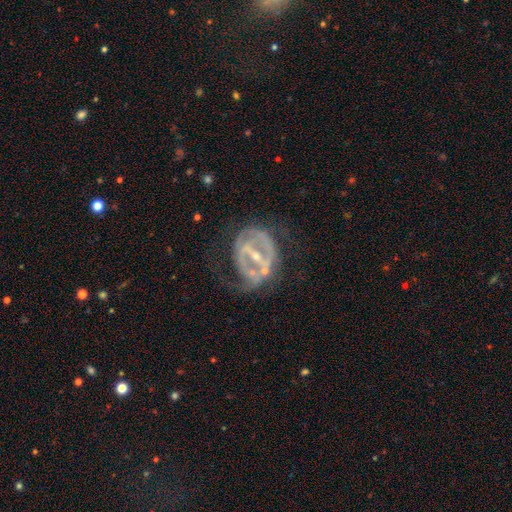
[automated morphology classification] Smooth or featured: featured or disk — 82% (smooth — 10%)
Edge-on disk: no — 95% (yes — 5%)
Bar: strong — 53% (weak — 30%)
Spiral arms: yes — 64% (no — 36%)
Spiral winding: tight — 42% (medium — 37%)
Spiral arm count: 2 — 46% (can't tell — 29%)
Bulge size: small — 68% (moderate — 26%)
Merging: none — 37% (major disturbance — 33%)